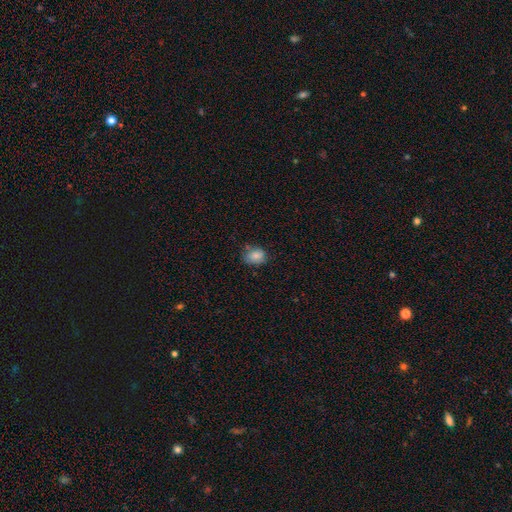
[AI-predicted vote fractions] Smooth or featured? smooth (83%)
How rounded? in between (55%)
Merging? none (69%)